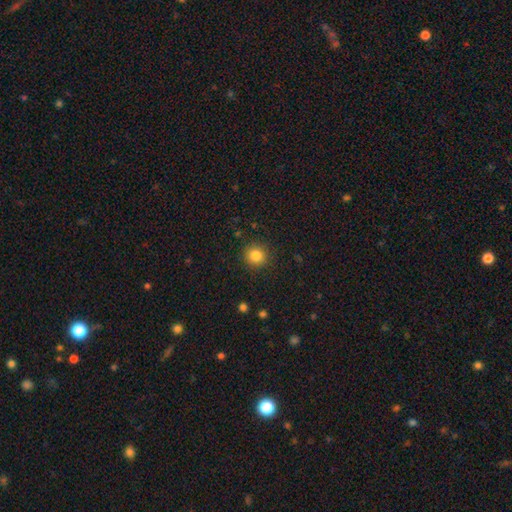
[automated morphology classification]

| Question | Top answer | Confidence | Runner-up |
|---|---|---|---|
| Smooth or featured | smooth | 84% | star or artifact (11%) |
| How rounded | round | 92% | in between (7%) |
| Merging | none | 90% | minor disturbance (6%) |